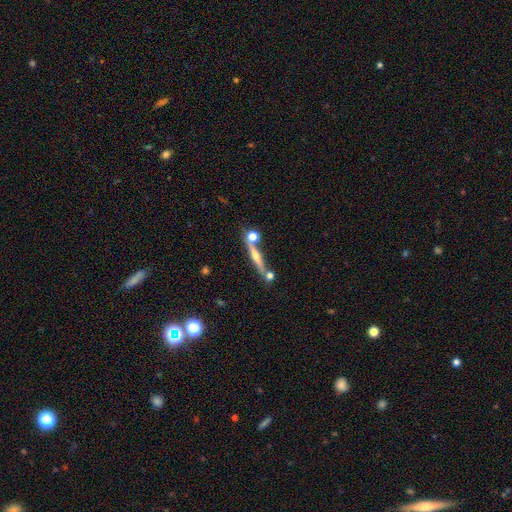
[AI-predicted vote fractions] Morphology: type=featured or disk (59%); edge-on=yes (93%); edge-on bulge=rounded (75%); merging=none (71%).